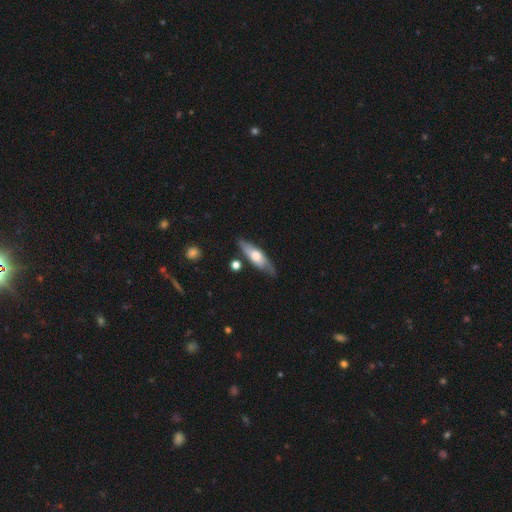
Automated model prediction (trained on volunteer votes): featured or disk 48%, smooth 46%, star or artifact 6%. Down the decision tree: merging — none (74%).